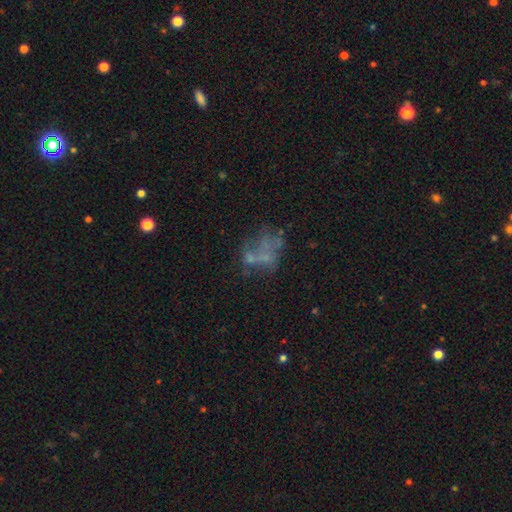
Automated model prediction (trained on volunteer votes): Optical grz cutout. It shows a featured or disk galaxy (51%) with no bar (92%), no spiral arms (94%) and no central bulge (82%). Merging: none (43%).